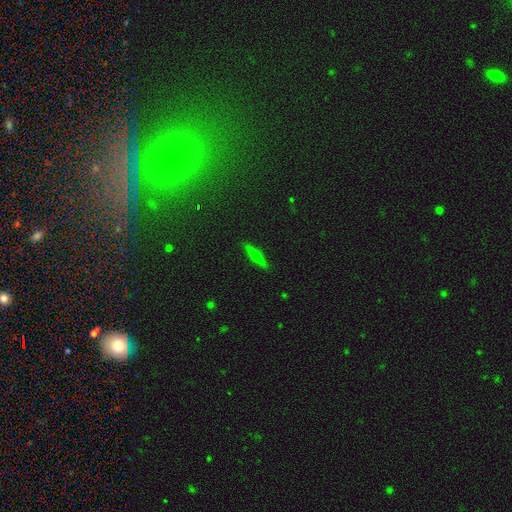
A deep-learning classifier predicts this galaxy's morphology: Q: Smooth or featured?
A: featured or disk (57%); runner-up: smooth (33%)
Q: Edge-on disk?
A: yes (96%); runner-up: no (4%)
Q: Edge-on bulge?
A: rounded (88%); runner-up: none (8%)
Q: Merging?
A: none (91%); runner-up: minor disturbance (7%)